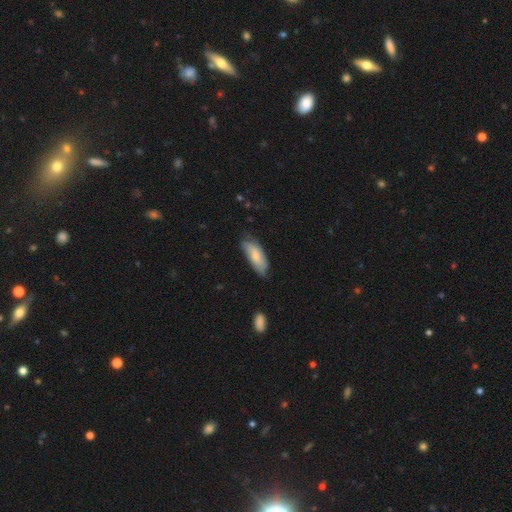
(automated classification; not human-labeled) A smooth galaxy with no disk features (71%) that is in between round and cigar-shaped (73%). Merging: none (56%).